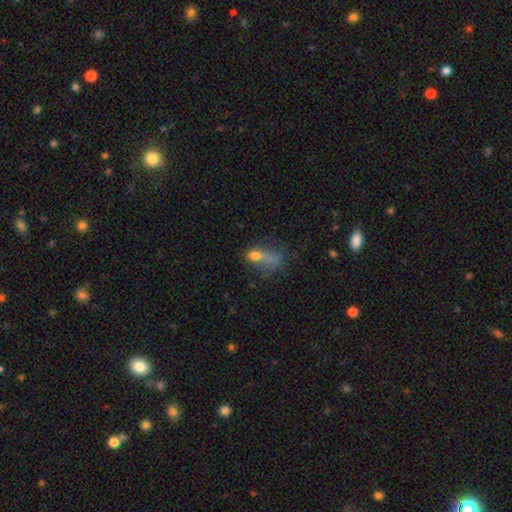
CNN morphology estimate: This appears to be a smooth galaxy with no disk features (60%) that is in between round and cigar-shaped (74%). Merging: major disturbance (48%).